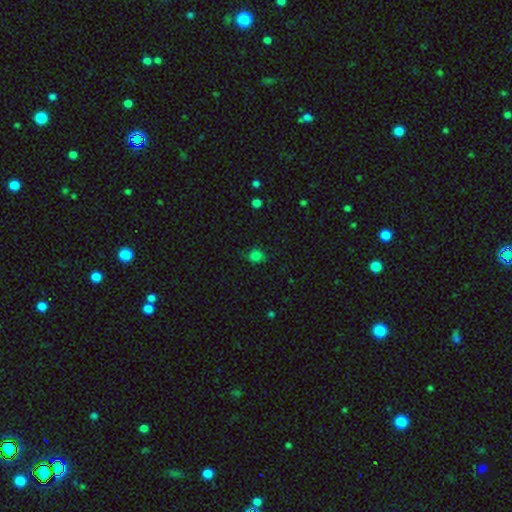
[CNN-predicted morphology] Q: Smooth or featured?
A: smooth (78%); runner-up: star or artifact (16%)
Q: How rounded?
A: round (67%); runner-up: in between (32%)
Q: Merging?
A: none (67%); runner-up: minor disturbance (24%)